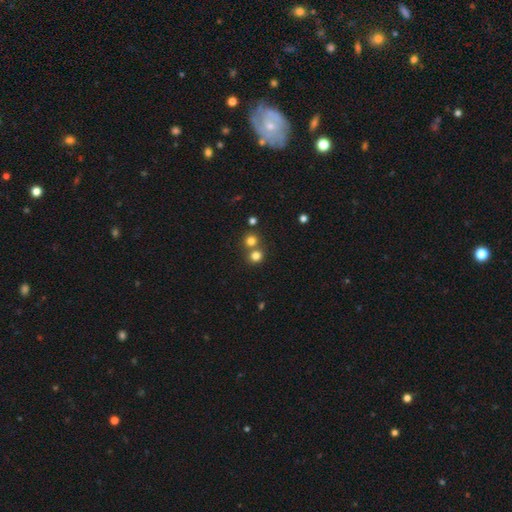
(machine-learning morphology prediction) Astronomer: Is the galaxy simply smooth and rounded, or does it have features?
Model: smooth — 78%.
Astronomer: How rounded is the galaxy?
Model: round — 87%.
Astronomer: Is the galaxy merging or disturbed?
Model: none — 57% (runner-up: merger, 34%).